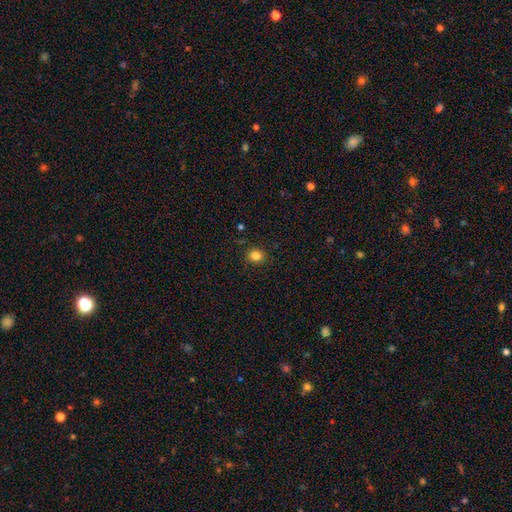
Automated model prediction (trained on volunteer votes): Q: Smooth or featured?
A: smooth (83%); runner-up: star or artifact (12%)
Q: How rounded?
A: round (77%); runner-up: in between (22%)
Q: Merging?
A: none (89%); runner-up: minor disturbance (7%)